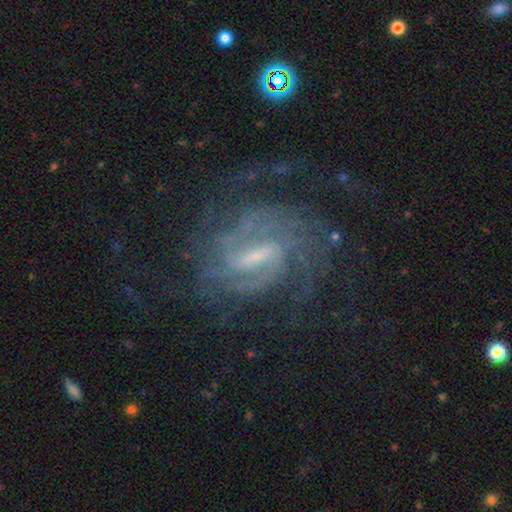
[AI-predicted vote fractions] Overall: featured or disk (87%). Edge-on disk: no (96%). Bar: strong (45%, tied with weak). Spiral arms: yes (96%). Spiral arm count: can't tell (29%; 2 28%). Spiral winding: tight (52%; medium 38%). Bulge size: small (46%; moderate 30%). Merging: none (68%).